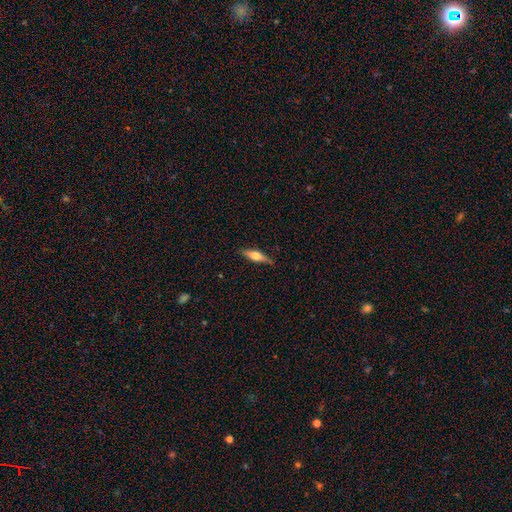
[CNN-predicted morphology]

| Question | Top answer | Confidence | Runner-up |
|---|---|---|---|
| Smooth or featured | featured or disk | 47% | tied: smooth (47%) |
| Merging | none | 83% | minor disturbance (13%) |